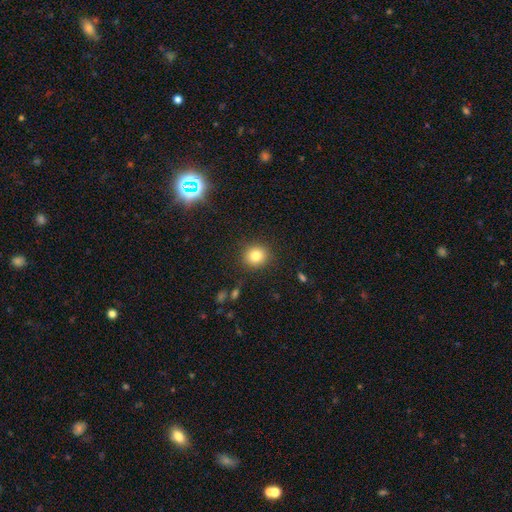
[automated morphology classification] type=smooth (82%); roundness=round (85%); merging=none (89%).